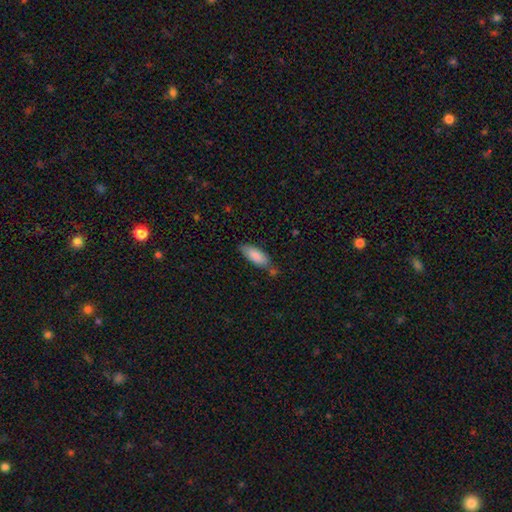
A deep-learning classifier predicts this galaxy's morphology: type=smooth (86%); roundness=in between (75%); merging=none (63%).